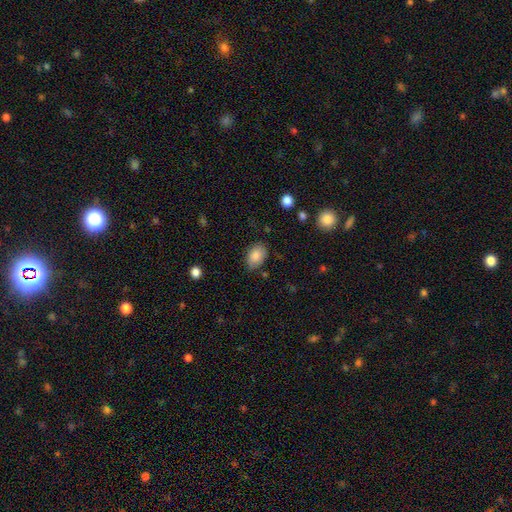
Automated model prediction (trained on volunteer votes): smooth_or_featured: smooth (p=0.85) [alt: star or artifact p=0.08]
how_rounded: in between (p=0.83) [alt: round p=0.16]
merging: none (p=0.78) [alt: minor disturbance p=0.17]